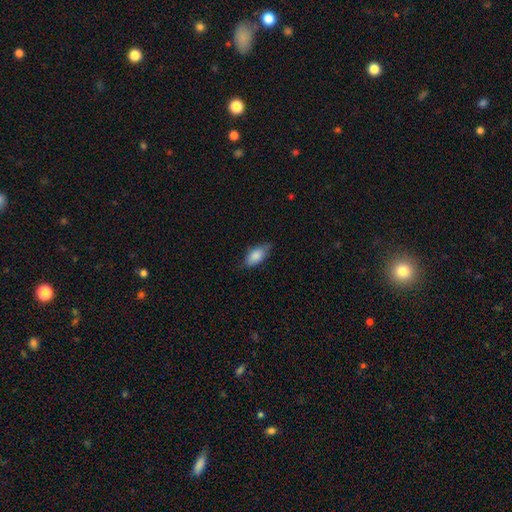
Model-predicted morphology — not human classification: Smooth or featured? Predicted: smooth (p=0.84). How rounded? Predicted: in between (p=0.89). Merging? Predicted: none (p=0.72).